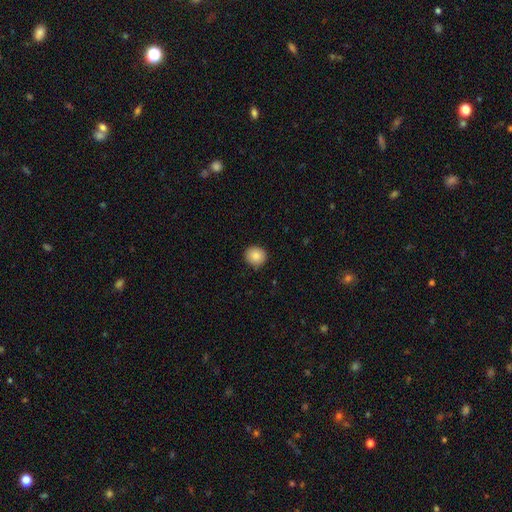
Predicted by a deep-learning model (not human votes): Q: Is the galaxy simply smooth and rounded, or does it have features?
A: smooth — 87%.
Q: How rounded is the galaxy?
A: round — 85%.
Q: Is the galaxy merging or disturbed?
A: none — 90%.